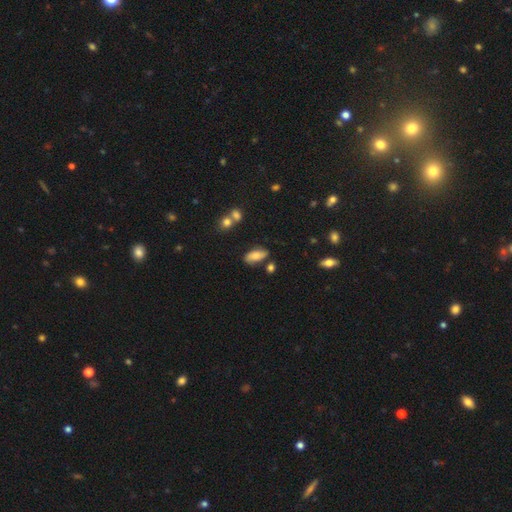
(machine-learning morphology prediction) smooth-or-featured: smooth: 73% | featured or disk: 18% | star or artifact: 8%
  how-rounded: in between: 88% | cigar-shaped: 9% | round: 3%
  merging: none: 70% | minor disturbance: 19% | merger: 6% | major disturbance: 5%